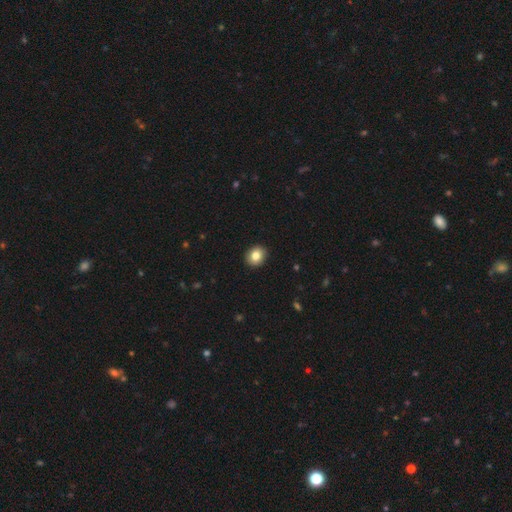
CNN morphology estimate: A smooth galaxy with no disk features (84%) that is round (67%). Merging: none (92%).